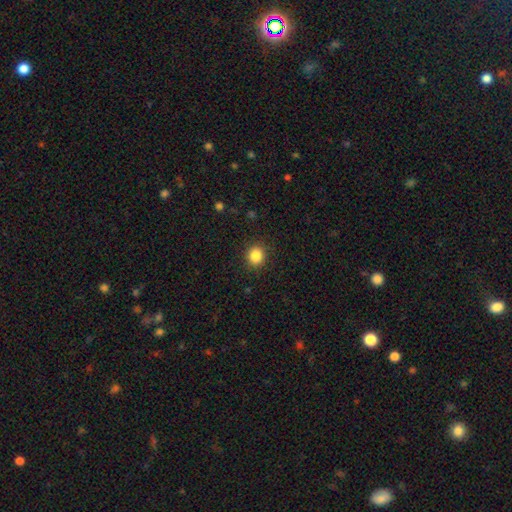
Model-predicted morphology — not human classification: The model was most divided on "how rounded": round: 84%, in between: 15%, cigar-shaped: 1%. More confident: merging — none (90%); smooth or featured — smooth (85%).